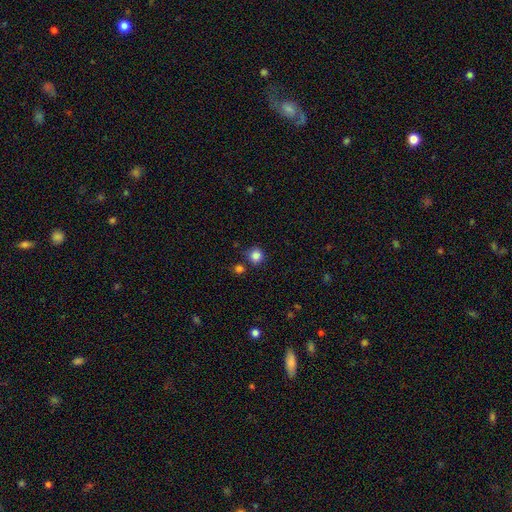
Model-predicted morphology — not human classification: Smooth or featured: smooth — 84% (star or artifact — 12%)
How rounded: round — 90% (in between — 9%)
Merging: none — 78% (minor disturbance — 11%)